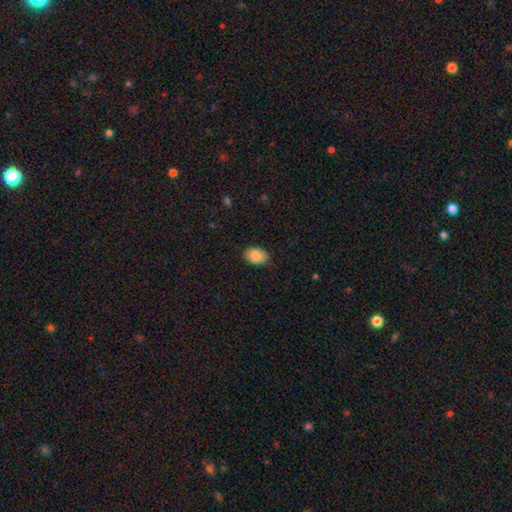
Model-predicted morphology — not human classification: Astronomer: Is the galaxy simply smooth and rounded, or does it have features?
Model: smooth — 87%.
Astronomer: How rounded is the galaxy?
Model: in between — 81%.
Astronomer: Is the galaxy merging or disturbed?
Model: none — 86%.